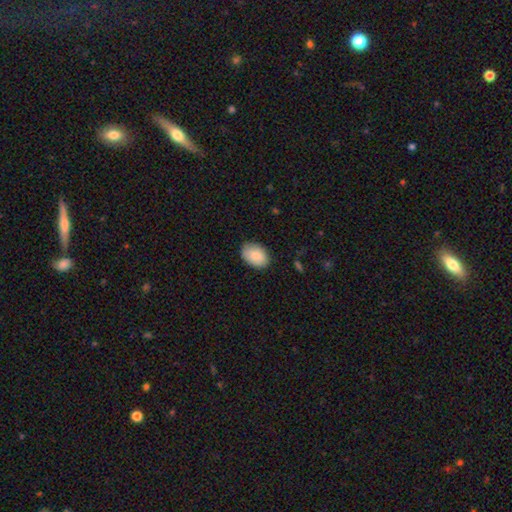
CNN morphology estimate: smooth_or_featured: smooth (p=0.85) [alt: featured or disk p=0.08]
how_rounded: in between (p=0.84) [alt: round p=0.15]
merging: none (p=0.82) [alt: minor disturbance p=0.14]